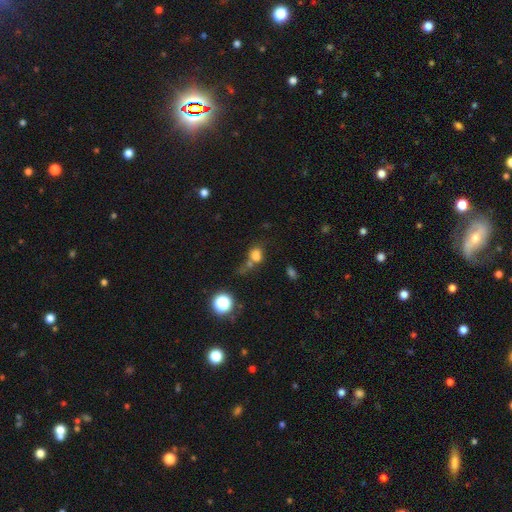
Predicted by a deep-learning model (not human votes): The model was most divided on "merging": merger: 38%, none: 36%, minor disturbance: 14%, major disturbance: 13%. More confident: smooth or featured — smooth (73%); how rounded — round (54%).